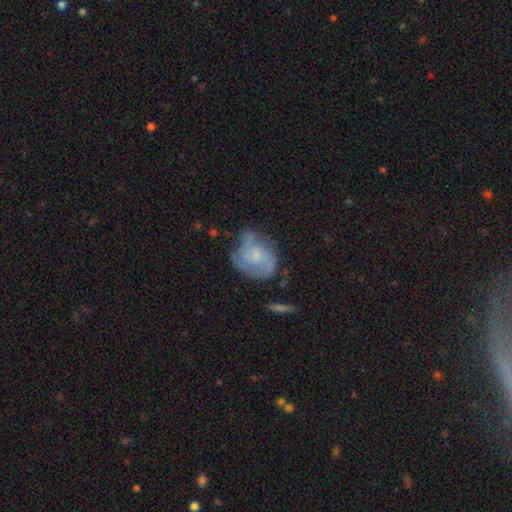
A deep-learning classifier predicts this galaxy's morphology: Overall: featured or disk (60%; smooth 32%). Edge-on disk: no (97%). Bar: no (71%). Spiral arms: yes (77%). Bulge size: small (52%; moderate 23%). Merging: none (45%; minor disturbance 29%).